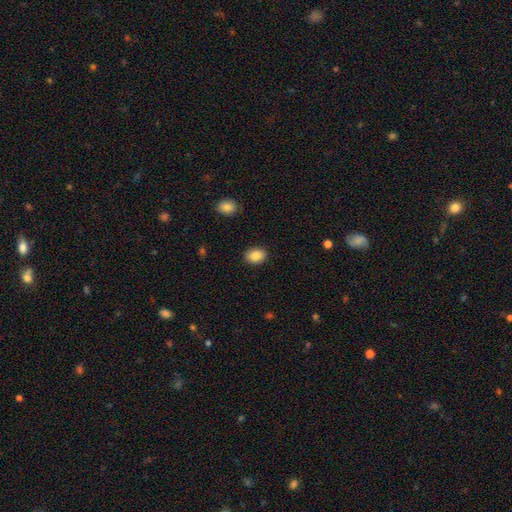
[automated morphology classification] Q: Smooth or featured?
A: smooth (87%); runner-up: star or artifact (8%)
Q: How rounded?
A: in between (71%); runner-up: round (28%)
Q: Merging?
A: none (89%); runner-up: minor disturbance (8%)